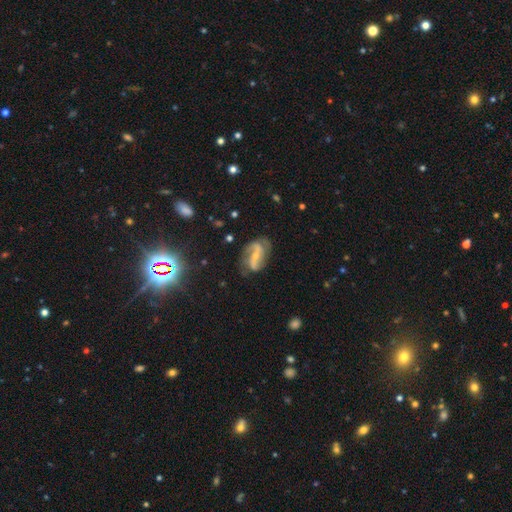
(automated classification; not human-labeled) Smooth or featured: featured or disk — 80% (smooth — 13%)
Edge-on disk: no — 95% (yes — 5%)
Bar: strong — 40% (weak — 35%)
Spiral arms: yes — 92% (no — 8%)
Spiral winding: loose — 53% (medium — 34%)
Spiral arm count: 2 — 86% (can't tell — 5%)
Bulge size: small — 66% (moderate — 26%)
Merging: none — 64% (minor disturbance — 22%)